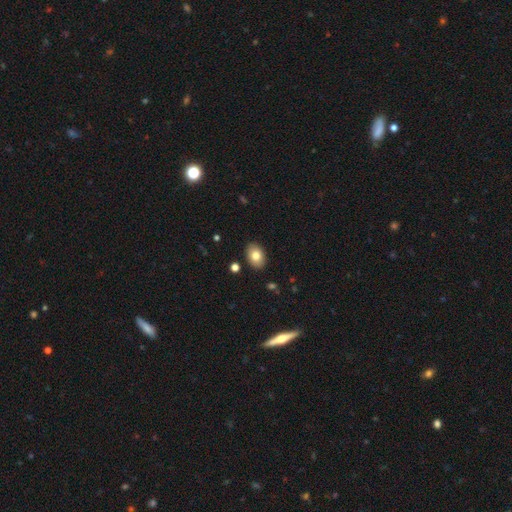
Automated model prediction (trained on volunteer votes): Overall: smooth (79%). How rounded: in between (82%). Merging: none (88%).